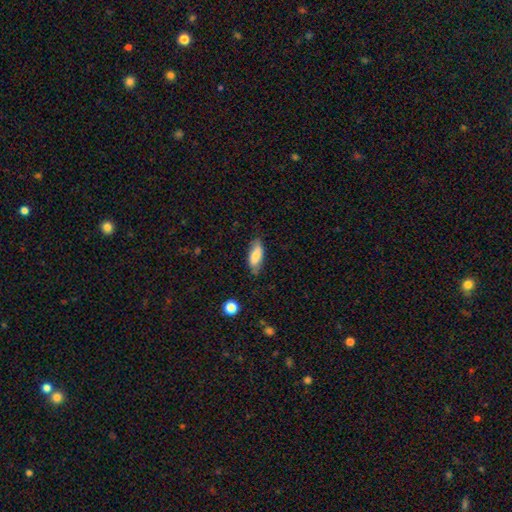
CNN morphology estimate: smooth 77%, featured or disk 16%, star or artifact 7%. Down the decision tree: how rounded — in between (75%); merging — none (72%).